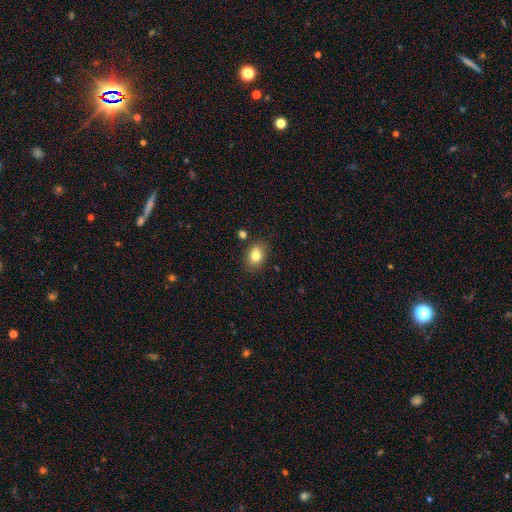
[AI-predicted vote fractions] The model was most divided on "how rounded": in between: 65%, round: 34%, cigar-shaped: 1%. More confident: smooth or featured — smooth (80%); merging — none (77%).